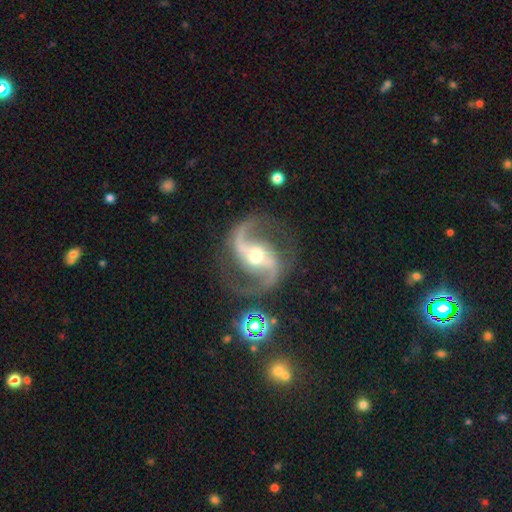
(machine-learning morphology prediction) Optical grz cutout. It shows a featured or disk galaxy (92%) with a strong bar (39%), 2 (94%) medium (52%) spiral arms (98%) and a moderate central bulge (56%). Merging: none (81%).